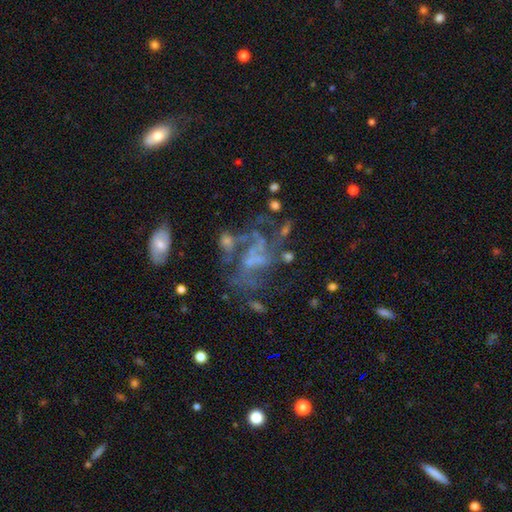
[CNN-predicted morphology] Smooth or featured?
  - featured or disk: 67% *
  - star or artifact: 19%
  - smooth: 14%
Edge-on disk?
  - no: 97% *
  - yes: 3%
Bar?
  - no: 63% *
  - weak: 27%
  - strong: 10%
Spiral arms?
  - yes: 52% *
  - no: 48%
Bulge size?
  - none: 54% *
  - small: 28%
  - moderate: 15%
  - large: 3%
  - dominant: 1%
Merging?
  - none: 38% *
  - major disturbance: 33%
  - minor disturbance: 16%
  - merger: 14%